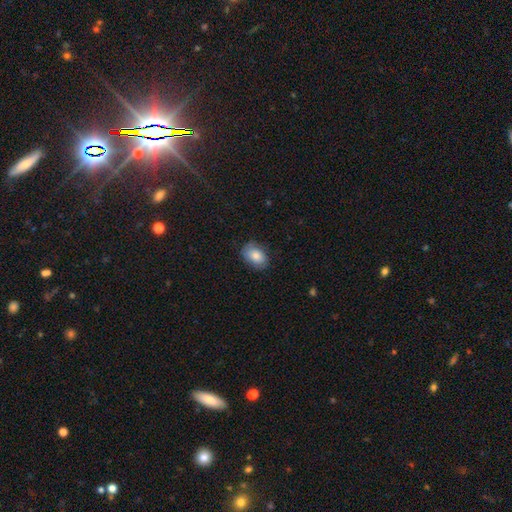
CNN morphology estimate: This appears to be a smooth galaxy with no disk features (83%) that is in between round and cigar-shaped (85%). Merging: none (81%).